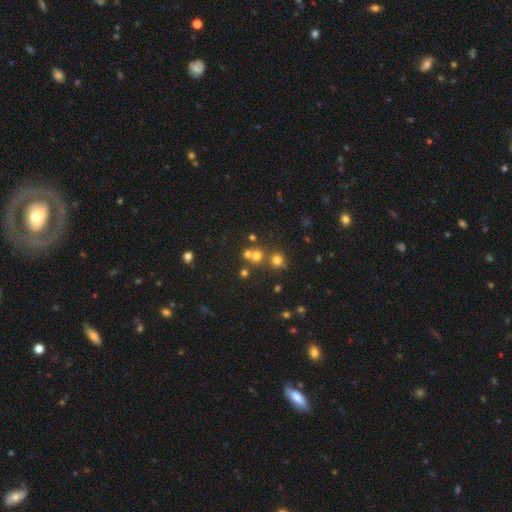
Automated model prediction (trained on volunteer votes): Smooth or featured? Predicted: smooth (p=0.53). How rounded? Predicted: round (p=0.88). Merging? Predicted: none (p=0.61).